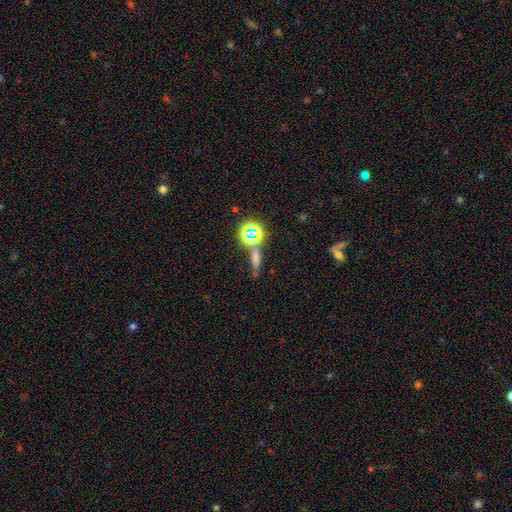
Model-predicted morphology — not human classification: This is possibly a smooth galaxy (51%). How rounded: possibly cigar-shaped (60%). Merging: likely none (66%).